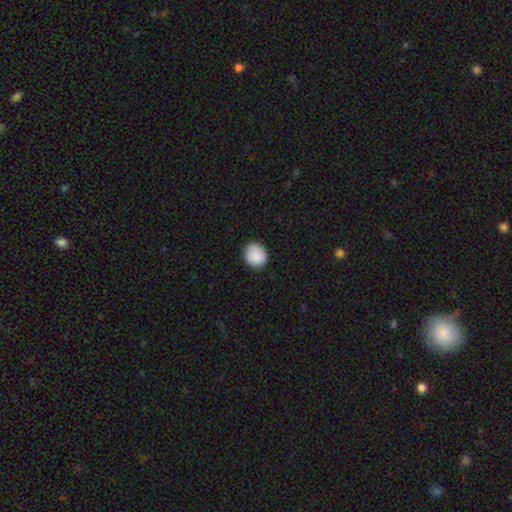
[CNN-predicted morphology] A smooth galaxy with no disk features (88%) that is round (78%). Merging: none (87%).